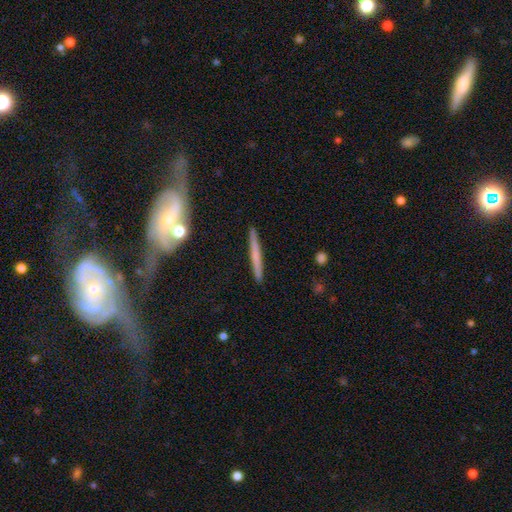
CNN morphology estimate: smooth_or_featured: smooth (p=0.47) [alt: featured or disk p=0.46]
merging: none (p=0.86) [alt: minor disturbance p=0.08]